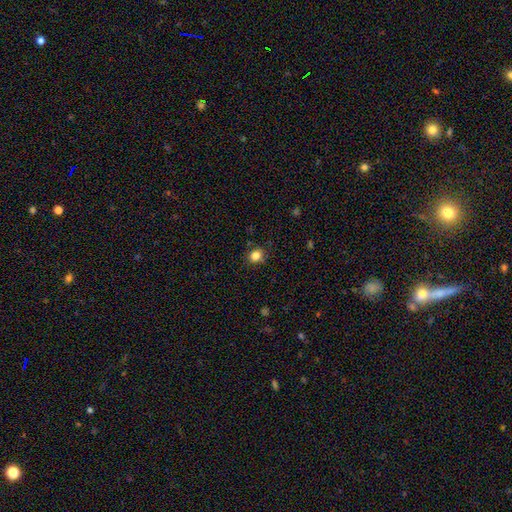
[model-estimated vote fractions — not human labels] Smooth or featured? smooth (83%)
How rounded? round (69%)
Merging? none (86%)